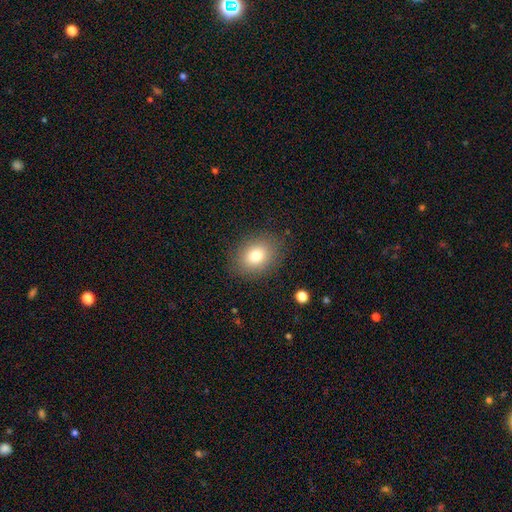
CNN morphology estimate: smooth-or-featured: smooth: 79% | featured or disk: 10% | star or artifact: 10%
  how-rounded: in between: 62% | round: 37% | cigar-shaped: 1%
  merging: none: 84% | minor disturbance: 11% | major disturbance: 4% | merger: 1%